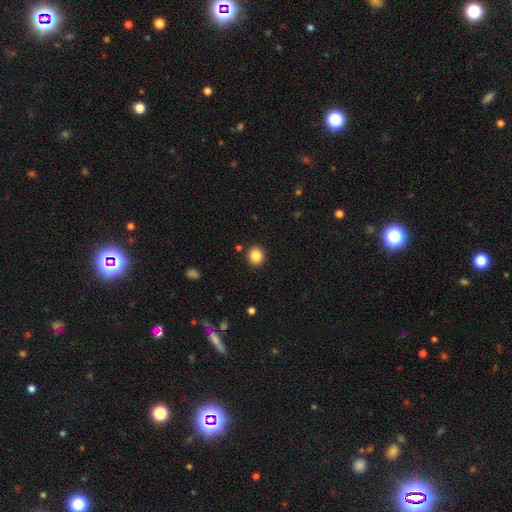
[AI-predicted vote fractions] Smooth or featured?
  - smooth: 85% *
  - star or artifact: 10%
  - featured or disk: 5%
How rounded?
  - round: 83% *
  - in between: 16%
  - cigar-shaped: 1%
Merging?
  - none: 90% *
  - minor disturbance: 6%
  - merger: 2%
  - major disturbance: 2%